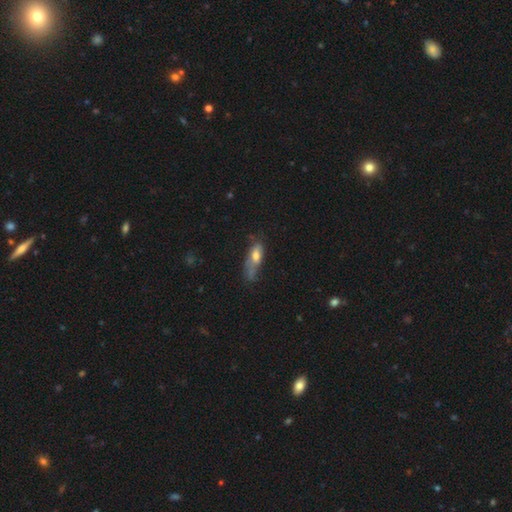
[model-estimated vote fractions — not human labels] Smooth or featured?
  - smooth: 63% *
  - featured or disk: 29%
  - star or artifact: 9%
How rounded?
  - in between: 65% *
  - cigar-shaped: 31%
  - round: 4%
Merging?
  - minor disturbance: 34% *
  - none: 33%
  - major disturbance: 28%
  - merger: 6%